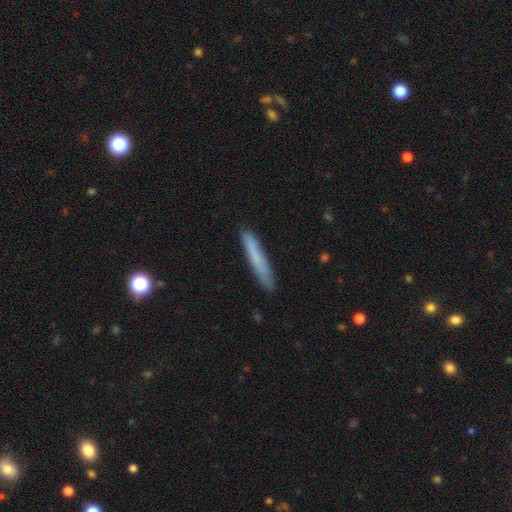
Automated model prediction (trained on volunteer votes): A smooth galaxy with no disk features (72%) that is cigar-shaped (94%).

Vote fractions:
- Smooth or featured? smooth: 72% / featured or disk: 20% / star or artifact: 8%
- How rounded? cigar-shaped: 94% / in between: 4% / round: 1%
- Merging? none: 87% / minor disturbance: 10% / major disturbance: 2% / merger: 1%